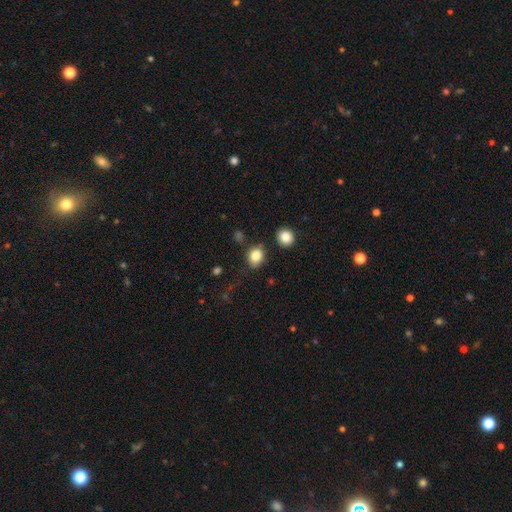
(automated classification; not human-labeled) A smooth galaxy with no disk features (84%) that is round (53%).

Vote fractions:
- Smooth or featured? smooth: 84% / star or artifact: 10% / featured or disk: 6%
- How rounded? round: 53% / in between: 46% / cigar-shaped: 1%
- Merging? none: 75% / minor disturbance: 16% / merger: 5% / major disturbance: 5%